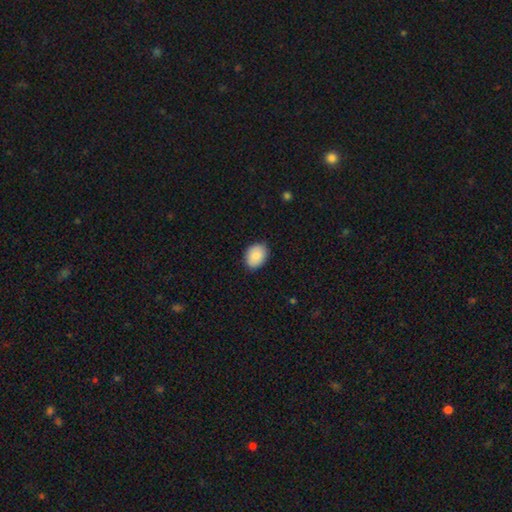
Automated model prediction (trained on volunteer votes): smooth-or-featured: smooth: 87% | star or artifact: 7% | featured or disk: 6%
  how-rounded: in between: 70% | round: 29% | cigar-shaped: 1%
  merging: none: 87% | minor disturbance: 10% | major disturbance: 2% | merger: 1%